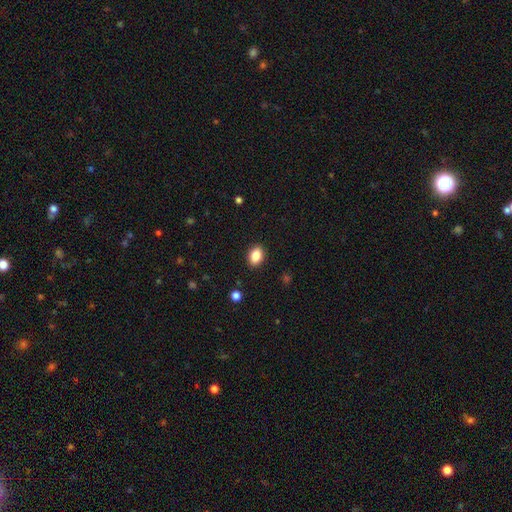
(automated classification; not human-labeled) smooth 86%, star or artifact 9%, featured or disk 6%. Down the decision tree: how rounded — in between (79%); merging — none (89%).